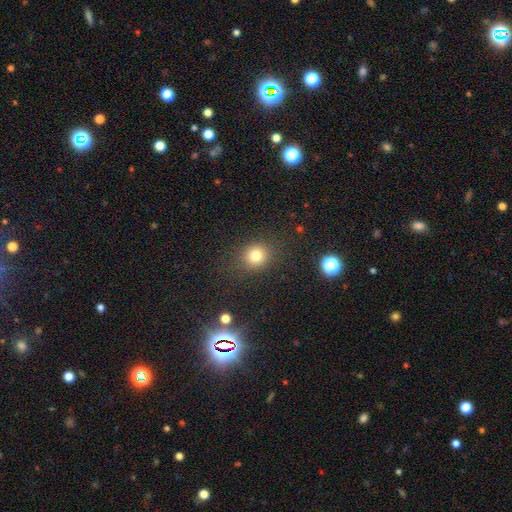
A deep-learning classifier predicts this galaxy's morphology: Smooth or featured: smooth — 79% (star or artifact — 15%)
How rounded: round — 81% (in between — 18%)
Merging: none — 84% (minor disturbance — 10%)